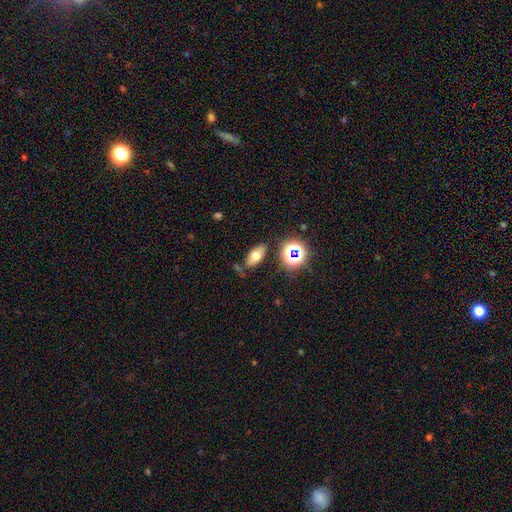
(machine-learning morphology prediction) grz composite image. It shows a smooth galaxy with no disk features (64%) that is in between round and cigar-shaped (82%). Merging: none (76%).